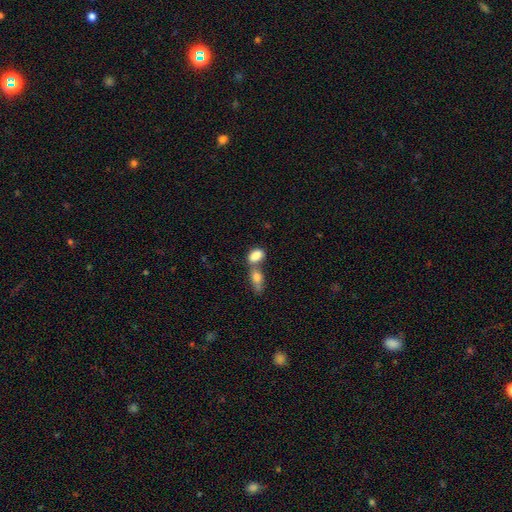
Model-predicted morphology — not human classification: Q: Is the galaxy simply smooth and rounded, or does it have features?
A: smooth — 84%.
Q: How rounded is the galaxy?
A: in between — 87%.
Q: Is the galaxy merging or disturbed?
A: merger — 55%.